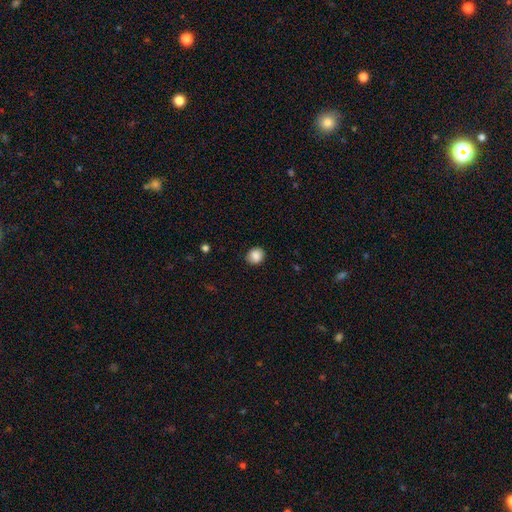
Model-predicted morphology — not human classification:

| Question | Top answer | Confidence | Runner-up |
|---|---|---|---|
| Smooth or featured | smooth | 87% | star or artifact (9%) |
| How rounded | round | 76% | in between (23%) |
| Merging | none | 88% | minor disturbance (9%) |